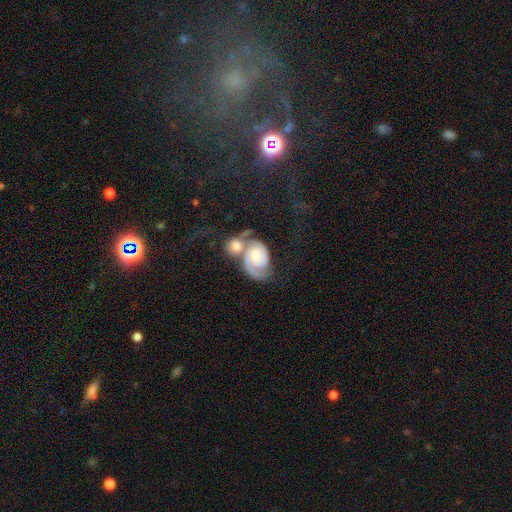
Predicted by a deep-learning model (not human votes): Smooth or featured? featured or disk (75%)
Edge-on disk? no (97%)
Bar? no (70%)
Spiral arms? yes (92%)
Spiral winding? tight (50%)
Spiral arm count? 2 (56%)
Bulge size? moderate (55%)
Merging? merger (52%)